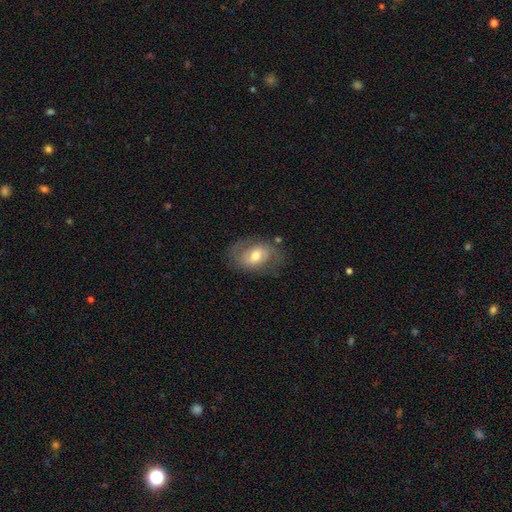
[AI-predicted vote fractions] Smooth or featured: featured or disk — 49% (smooth — 43%)
Merging: none — 67% (minor disturbance — 20%)